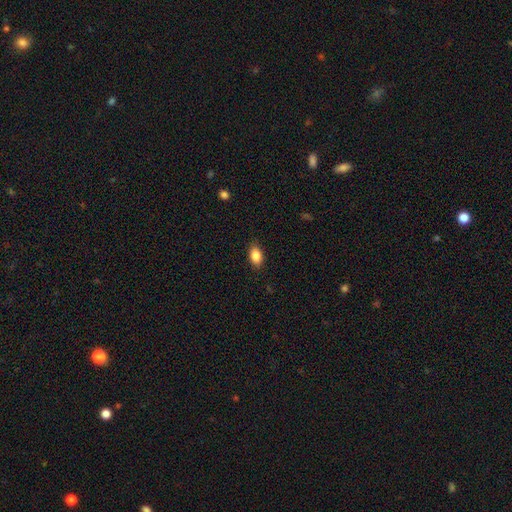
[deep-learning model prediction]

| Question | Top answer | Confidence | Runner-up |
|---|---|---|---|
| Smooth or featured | smooth | 86% | star or artifact (8%) |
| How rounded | in between | 88% | round (9%) |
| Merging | none | 86% | minor disturbance (10%) |